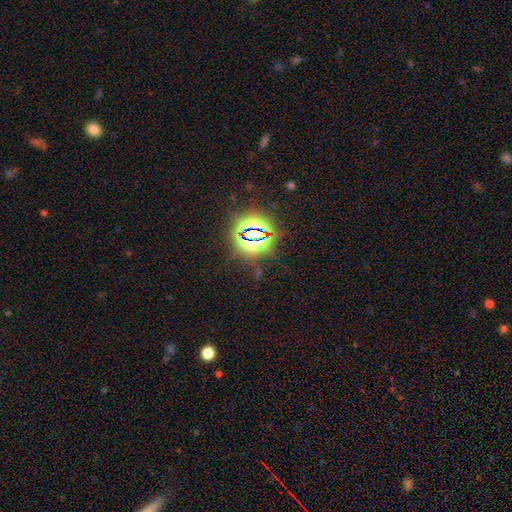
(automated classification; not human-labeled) smooth_or_featured: star or artifact (p=0.80) [alt: smooth p=0.12]